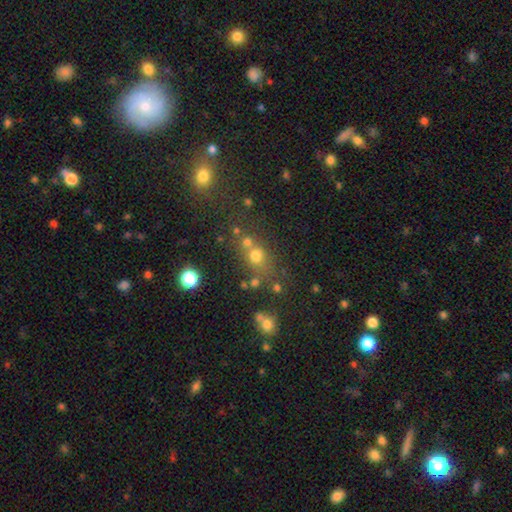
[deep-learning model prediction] Smooth or featured?
  - smooth: 64% *
  - star or artifact: 23%
  - featured or disk: 13%
How rounded?
  - round: 71% *
  - in between: 27%
  - cigar-shaped: 3%
Merging?
  - none: 52% *
  - merger: 30%
  - minor disturbance: 12%
  - major disturbance: 7%